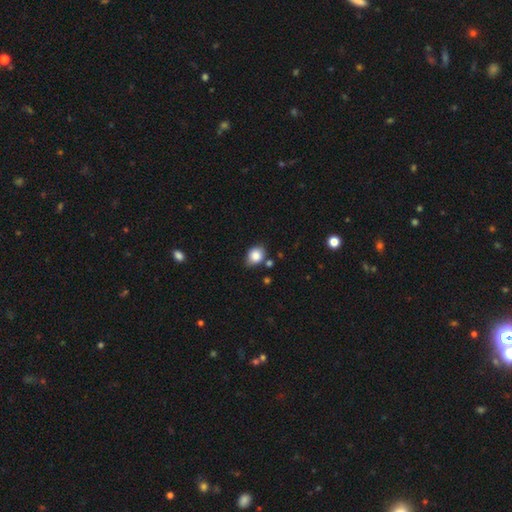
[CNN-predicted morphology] This appears to be a smooth galaxy with no disk features (85%) that is in between round and cigar-shaped (53%). Merging: none (73%).